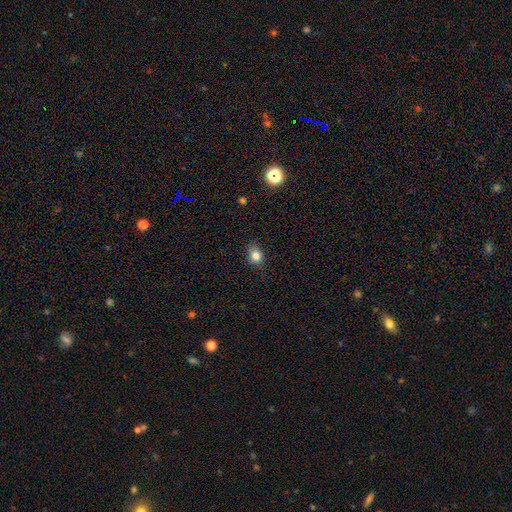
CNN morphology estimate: smooth 81%, star or artifact 12%, featured or disk 7%. Down the decision tree: how rounded — round (56%); merging — none (80%).